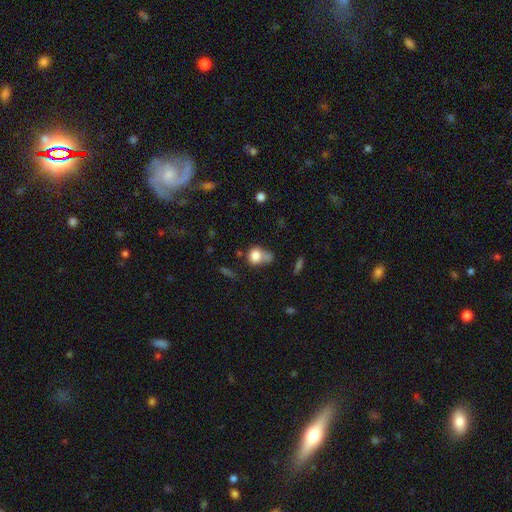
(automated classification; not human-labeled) This appears to be a smooth galaxy with no disk features (79%) that is round (56%). Merging: merger (33%).